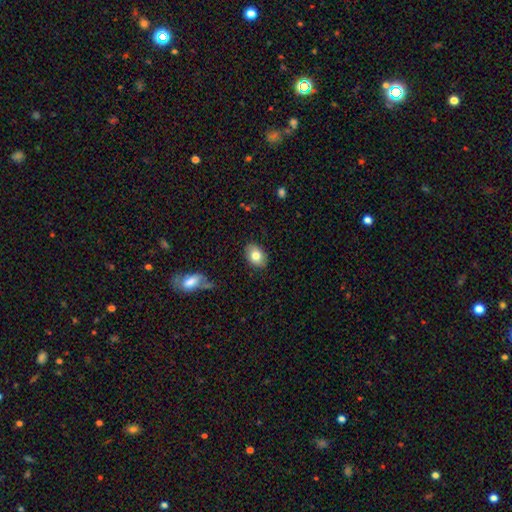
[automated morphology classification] Overall: smooth (80%). How rounded: in between (80%). Merging: none (87%).